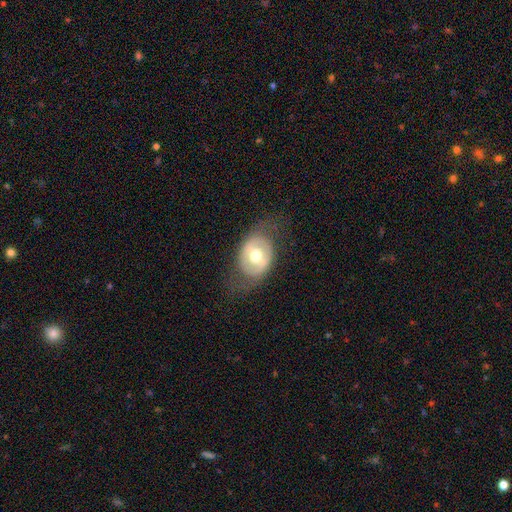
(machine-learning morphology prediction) A featured or disk galaxy (52%).

Vote fractions:
- Smooth or featured? featured or disk: 52% / smooth: 42% / star or artifact: 6%
- Edge-on disk? no: 92% / yes: 8%
- Merging? none: 68% / minor disturbance: 18% / major disturbance: 13% / merger: 1%